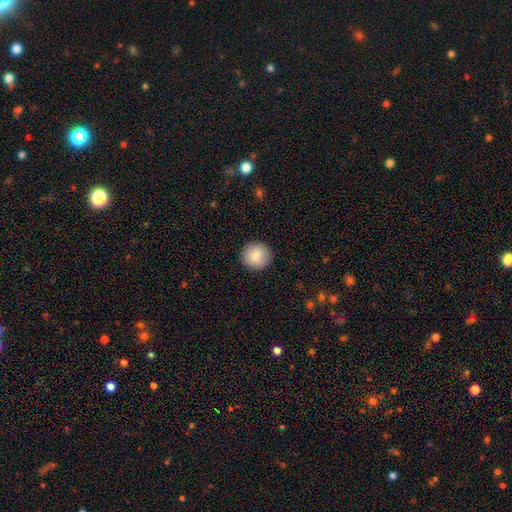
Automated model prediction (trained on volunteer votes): Q: Smooth or featured?
A: smooth (88%); runner-up: star or artifact (7%)
Q: How rounded?
A: round (92%); runner-up: in between (7%)
Q: Merging?
A: none (91%); runner-up: minor disturbance (6%)